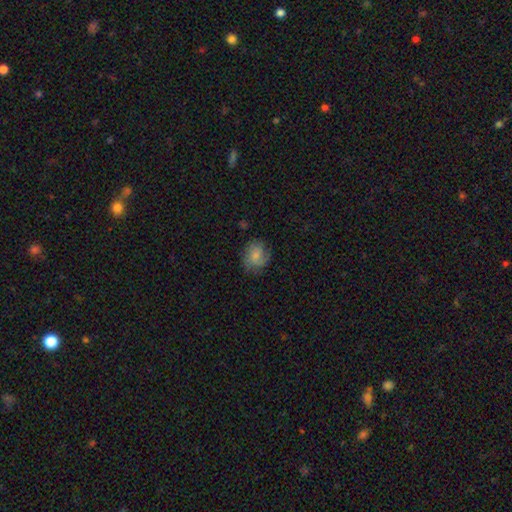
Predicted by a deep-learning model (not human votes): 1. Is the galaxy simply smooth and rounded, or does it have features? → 62% smooth, 30% featured or disk, 8% star or artifact.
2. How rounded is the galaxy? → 63% round, 36% in between, 1% cigar-shaped.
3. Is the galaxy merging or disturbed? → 64% none, 24% minor disturbance, 11% major disturbance, 1% merger.